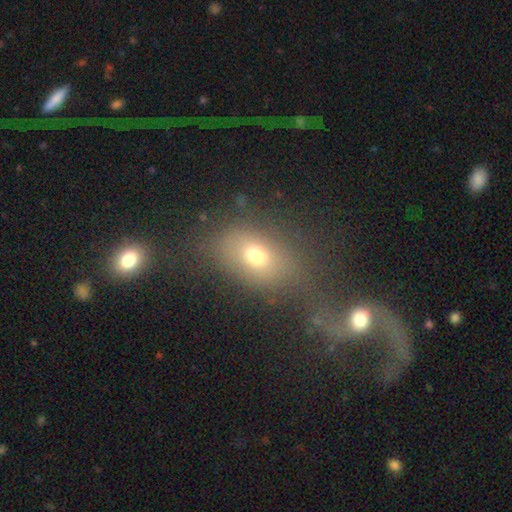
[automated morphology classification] smooth 68%, featured or disk 17%, star or artifact 15%. Down the decision tree: how rounded — in between (70%); merging — none (51%).